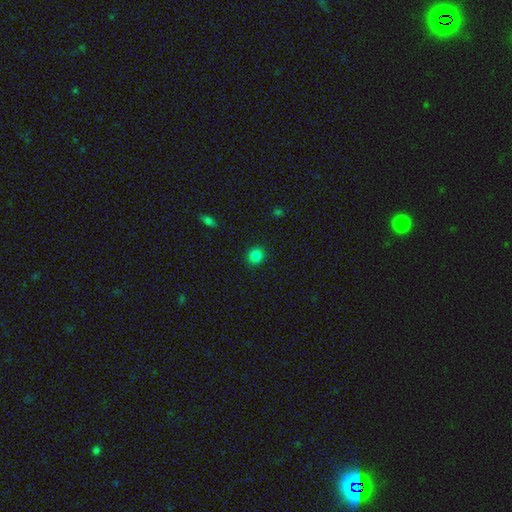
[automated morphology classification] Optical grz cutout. It shows a smooth galaxy with no disk features (84%) that is round (87%). Merging: none (91%).